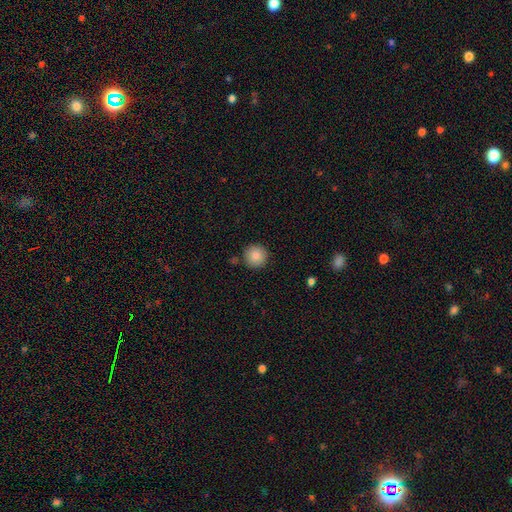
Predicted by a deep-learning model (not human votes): Smooth or featured: smooth — 86% (star or artifact — 9%)
How rounded: round — 95% (in between — 4%)
Merging: none — 88% (minor disturbance — 7%)